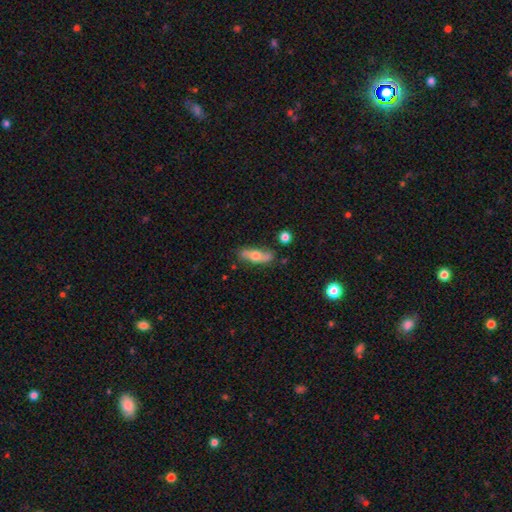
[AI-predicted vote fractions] This appears to be a smooth galaxy with no disk features (53%) that is in between round and cigar-shaped (55%). Merging: none (72%).